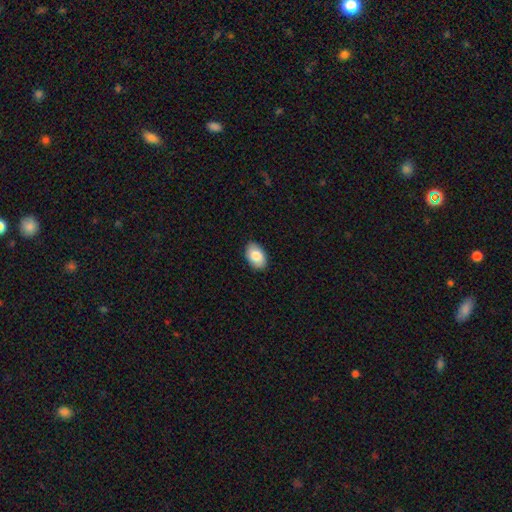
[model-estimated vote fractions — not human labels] Smooth or featured: smooth — 84% (featured or disk — 10%)
How rounded: in between — 90% (round — 9%)
Merging: none — 89% (minor disturbance — 9%)